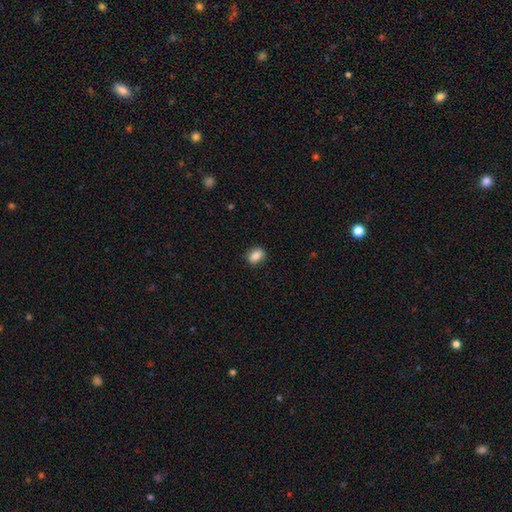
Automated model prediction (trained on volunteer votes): Q: Smooth or featured?
A: smooth (85%); runner-up: star or artifact (8%)
Q: How rounded?
A: in between (63%); runner-up: round (35%)
Q: Merging?
A: none (86%); runner-up: minor disturbance (10%)